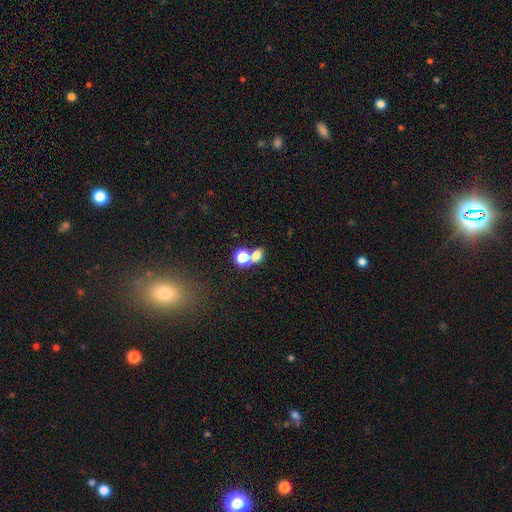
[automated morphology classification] Smooth or featured? smooth (72%)
How rounded? in between (52%)
Merging? none (44%)